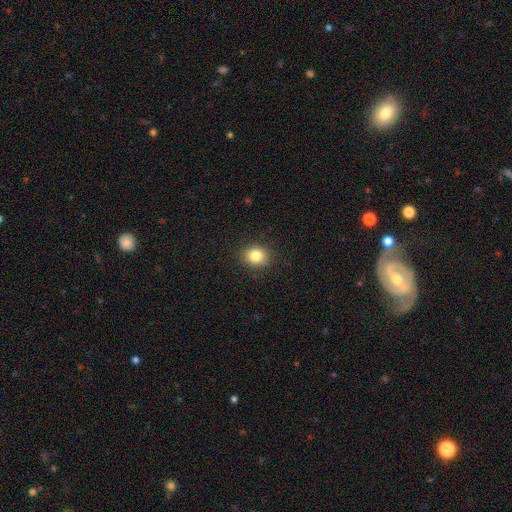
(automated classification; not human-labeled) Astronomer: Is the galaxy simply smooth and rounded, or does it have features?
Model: smooth — 82%.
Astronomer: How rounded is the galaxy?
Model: round — 65%.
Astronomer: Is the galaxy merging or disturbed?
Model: none — 90%.